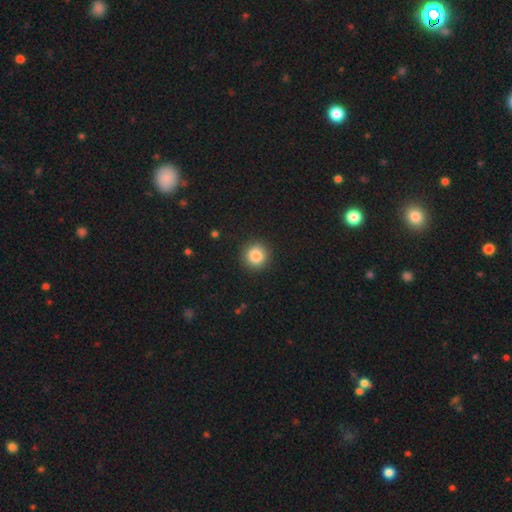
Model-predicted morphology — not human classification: smooth 85%, star or artifact 10%, featured or disk 5%. Down the decision tree: how rounded — round (93%); merging — none (91%).